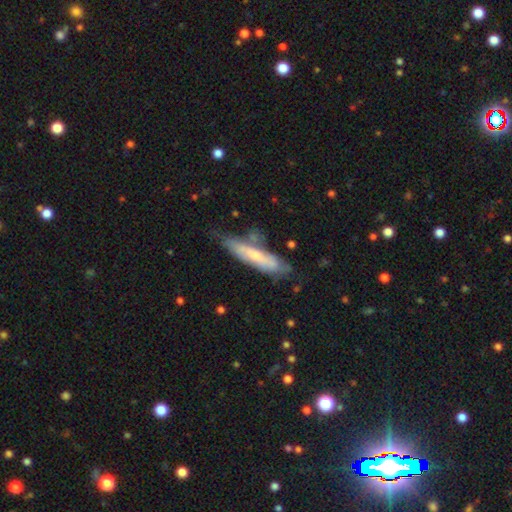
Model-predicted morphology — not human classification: smooth-or-featured: smooth: 50% | featured or disk: 44% | star or artifact: 6%
  how-rounded: cigar-shaped: 77% | in between: 22% | round: 1%
  merging: none: 58% | minor disturbance: 27% | major disturbance: 8% | merger: 7%